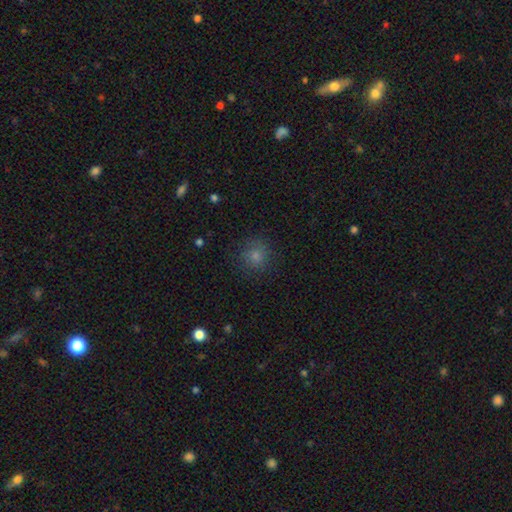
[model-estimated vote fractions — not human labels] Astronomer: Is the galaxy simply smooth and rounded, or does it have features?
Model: smooth — 69%.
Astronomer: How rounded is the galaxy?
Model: round — 92%.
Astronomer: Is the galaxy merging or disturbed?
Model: none — 85%.